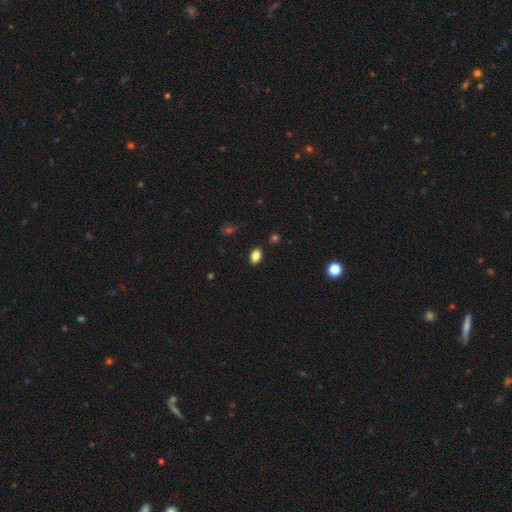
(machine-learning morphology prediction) Smooth or featured? Predicted: smooth (p=0.84). How rounded? Predicted: in between (p=0.88). Merging? Predicted: none (p=0.87).